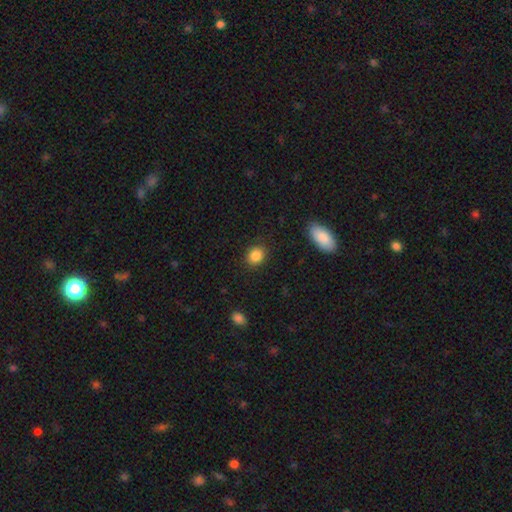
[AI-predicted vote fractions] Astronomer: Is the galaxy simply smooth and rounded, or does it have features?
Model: smooth — 86%.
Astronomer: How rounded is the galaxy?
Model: round — 61% (runner-up: in between, 38%).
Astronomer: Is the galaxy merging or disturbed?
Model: none — 87%.